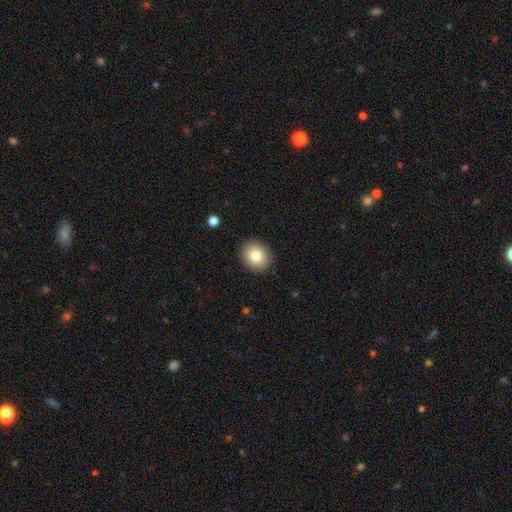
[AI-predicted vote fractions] A smooth galaxy with no disk features (83%) that is round (64%).

Vote fractions:
- Smooth or featured? smooth: 83% / star or artifact: 9% / featured or disk: 8%
- How rounded? round: 64% / in between: 35% / cigar-shaped: 1%
- Merging? none: 90% / minor disturbance: 7% / major disturbance: 2% / merger: 1%